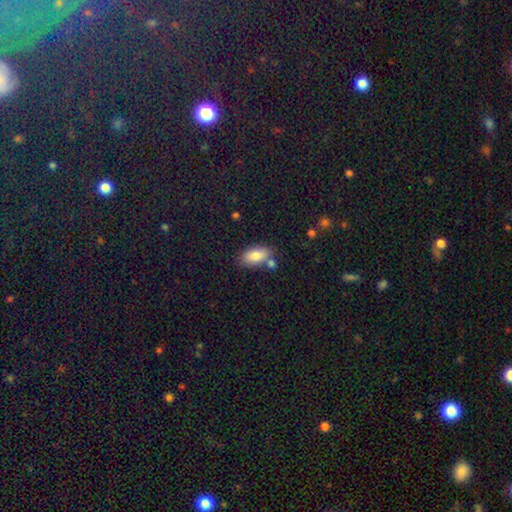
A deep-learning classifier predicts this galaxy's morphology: Smooth or featured? Predicted: smooth (p=0.83). How rounded? Predicted: in between (p=0.90). Merging? Predicted: none (p=0.71).